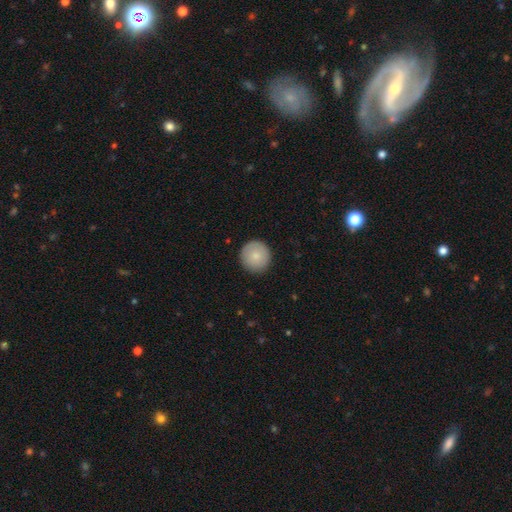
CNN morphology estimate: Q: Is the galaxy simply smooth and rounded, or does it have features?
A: smooth — 83%.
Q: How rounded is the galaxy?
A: round — 95%.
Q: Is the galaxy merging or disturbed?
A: none — 90%.